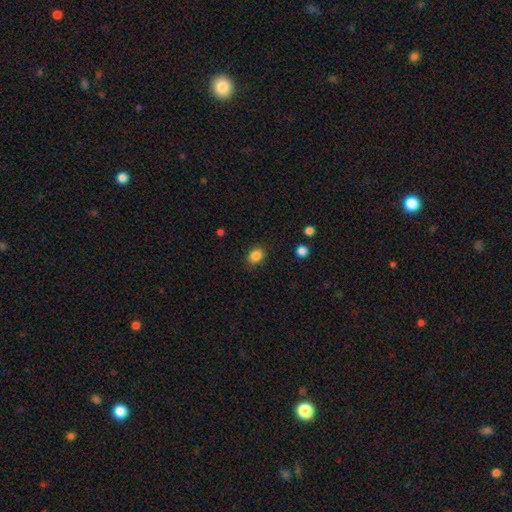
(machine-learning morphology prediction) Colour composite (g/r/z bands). It shows a smooth galaxy with no disk features (86%) that is in between round and cigar-shaped (54%). Merging: none (86%).